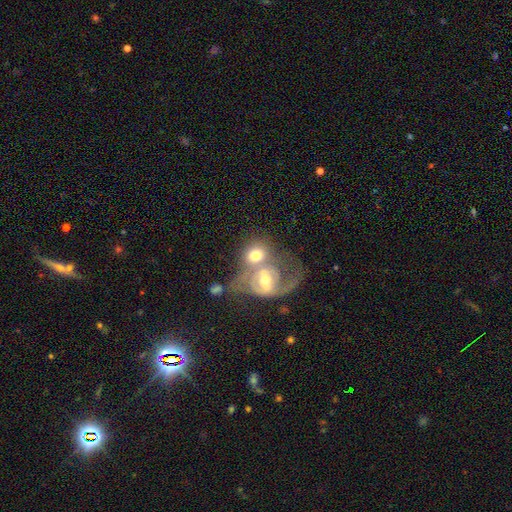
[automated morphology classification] A featured or disk galaxy (49%).

Vote fractions:
- Smooth or featured? featured or disk: 49% / smooth: 43% / star or artifact: 7%
- Merging? merger: 64% / none: 19% / major disturbance: 10% / minor disturbance: 7%